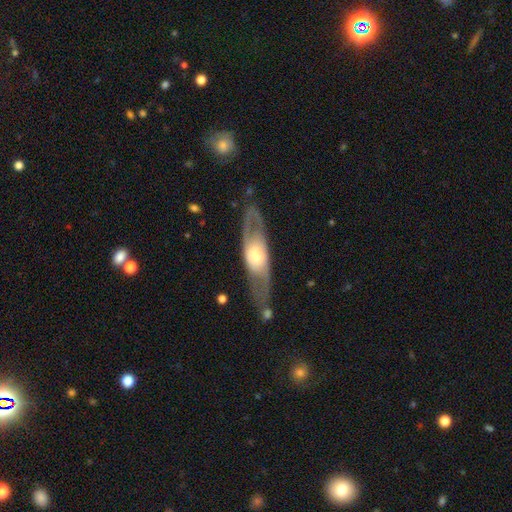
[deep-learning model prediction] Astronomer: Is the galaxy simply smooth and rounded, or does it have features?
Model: featured or disk — 65%.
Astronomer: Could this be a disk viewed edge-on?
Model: no — 62% (runner-up: yes, 38%).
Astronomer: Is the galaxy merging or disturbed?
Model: none — 65%.